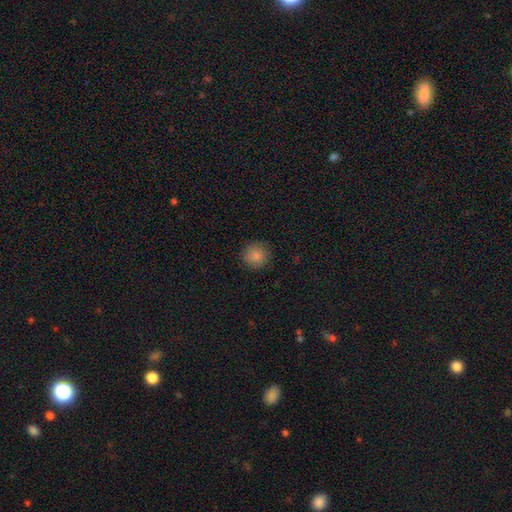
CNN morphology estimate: Overall: smooth (84%). How rounded: round (93%). Merging: none (87%).